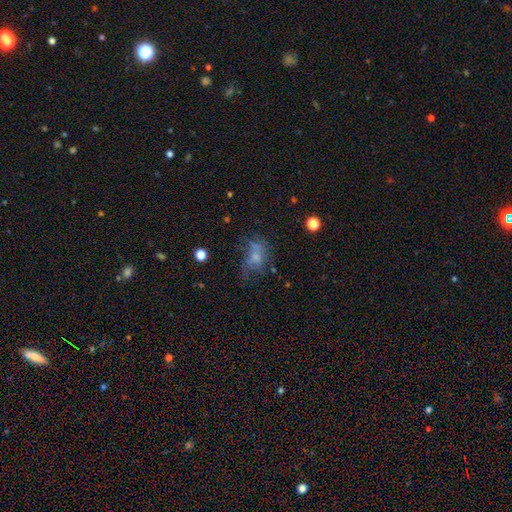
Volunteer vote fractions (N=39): smooth_or_featured: smooth (p=0.51) [alt: featured or disk p=0.38]
how_rounded: in between (p=0.75) [alt: round p=0.25]
merging: major disturbance (p=0.37) [alt: none p=0.31]